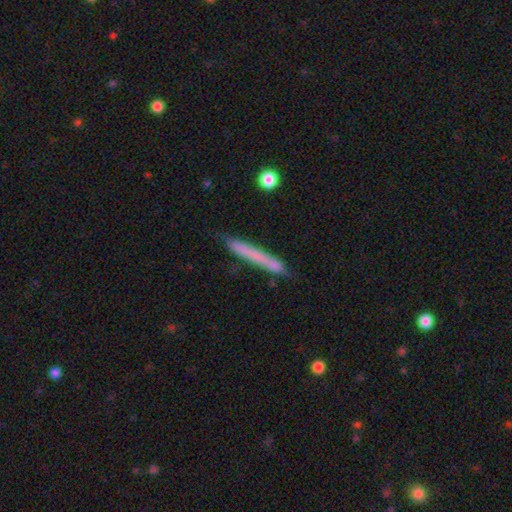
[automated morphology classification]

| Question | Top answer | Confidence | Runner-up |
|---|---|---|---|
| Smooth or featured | smooth | 66% | featured or disk (28%) |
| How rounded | cigar-shaped | 95% | in between (3%) |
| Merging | none | 70% | minor disturbance (21%) |